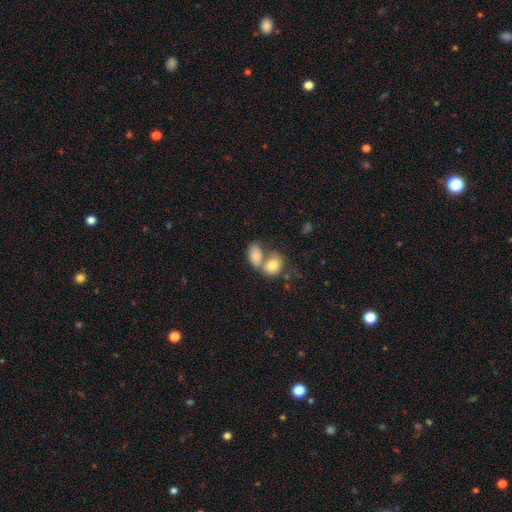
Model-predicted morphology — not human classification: Smooth or featured?
  - smooth: 80% *
  - featured or disk: 12%
  - star or artifact: 8%
How rounded?
  - in between: 81% *
  - round: 17%
  - cigar-shaped: 2%
Merging?
  - merger: 59% *
  - none: 27%
  - minor disturbance: 9%
  - major disturbance: 4%